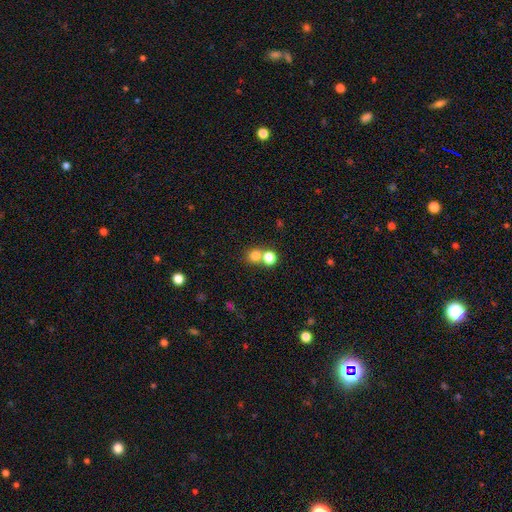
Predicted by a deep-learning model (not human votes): This is likely a smooth galaxy (78%). How rounded: clearly round (85%). Merging: possibly none (48%).